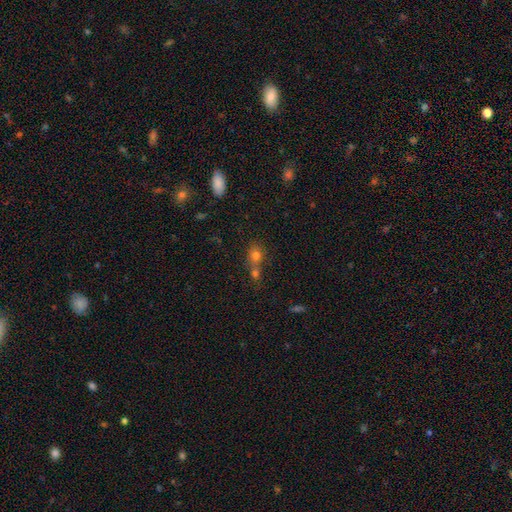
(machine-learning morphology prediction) smooth-or-featured: smooth: 74% | star or artifact: 15% | featured or disk: 11%
  how-rounded: round: 58% | in between: 40% | cigar-shaped: 2%
  merging: merger: 51% | none: 37% | minor disturbance: 8% | major disturbance: 4%